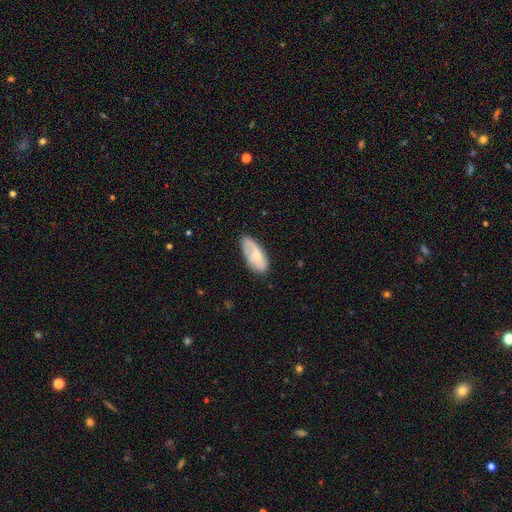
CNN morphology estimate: smooth 53%, featured or disk 41%, star or artifact 6%. Down the decision tree: how rounded — in between (90%); merging — none (62%).